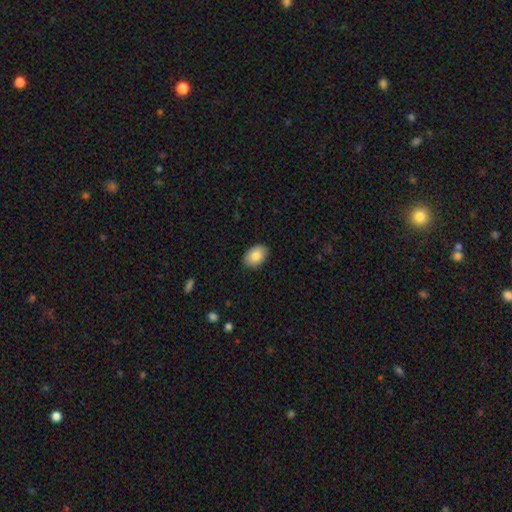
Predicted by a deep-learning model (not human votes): Smooth or featured? smooth (85%)
How rounded? in between (85%)
Merging? none (87%)